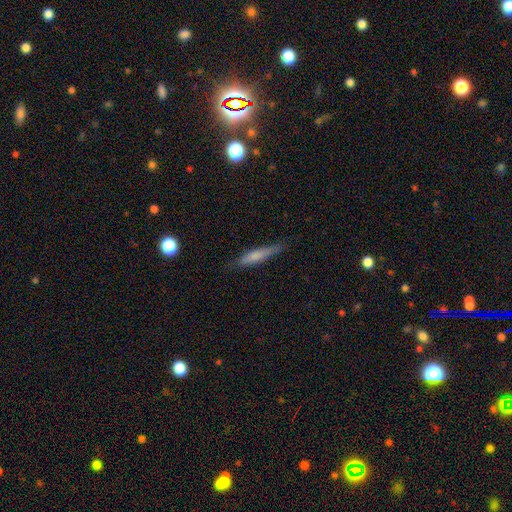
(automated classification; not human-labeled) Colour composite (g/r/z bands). It shows a smooth galaxy with no disk features (64%) that is cigar-shaped (88%). Merging: none (79%).